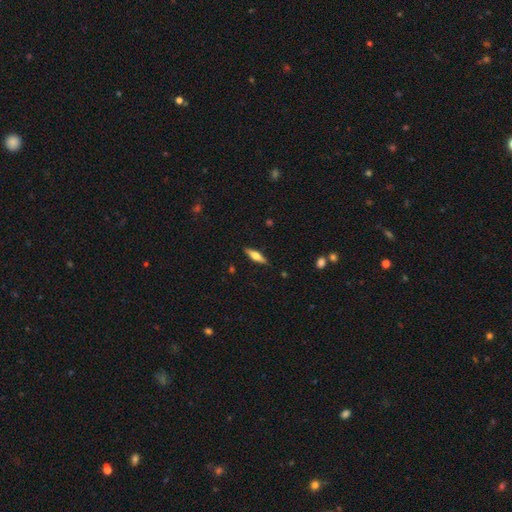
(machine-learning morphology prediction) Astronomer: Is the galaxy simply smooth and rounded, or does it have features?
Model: featured or disk — 54% (runner-up: smooth, 40%).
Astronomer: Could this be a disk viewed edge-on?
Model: yes — 94%.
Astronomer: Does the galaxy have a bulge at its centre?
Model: rounded — 92%.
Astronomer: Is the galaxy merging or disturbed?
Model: none — 89%.